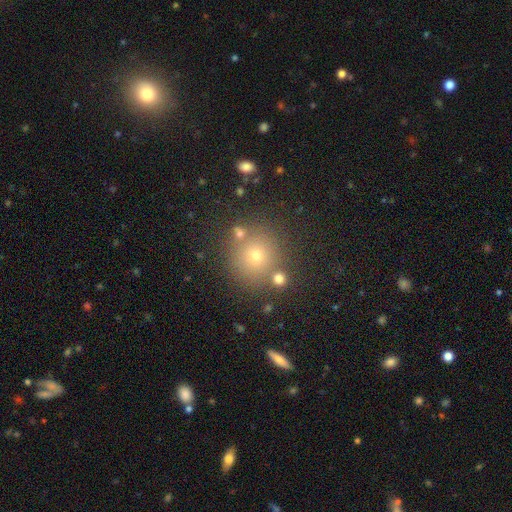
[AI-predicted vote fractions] smooth_or_featured: smooth (p=0.63) [alt: star or artifact p=0.25]
how_rounded: round (p=0.91) [alt: in between p=0.08]
merging: none (p=0.79) [alt: merger p=0.10]